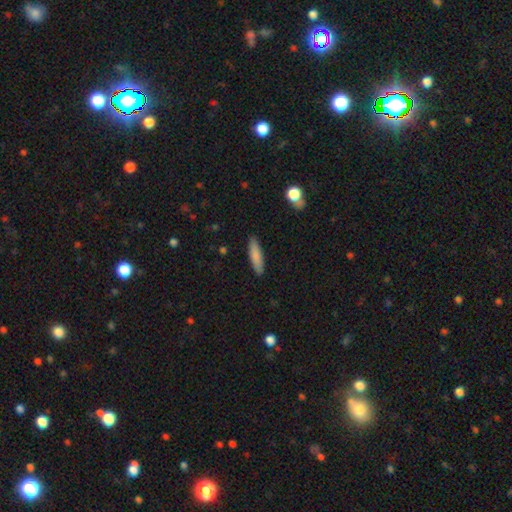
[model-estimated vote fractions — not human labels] smooth 82%, featured or disk 12%, star or artifact 6%. Down the decision tree: how rounded — cigar-shaped (78%); merging — none (89%).